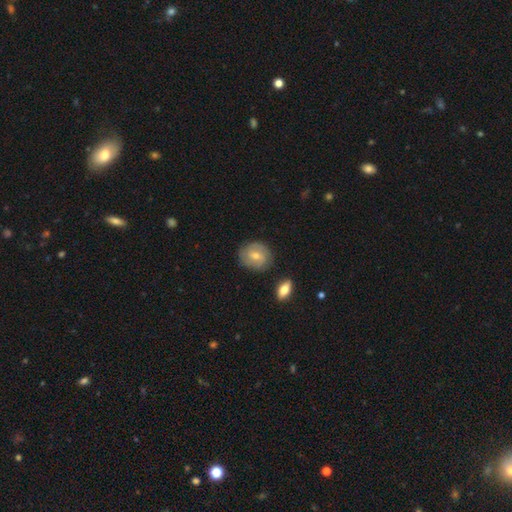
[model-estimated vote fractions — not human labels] Q: Smooth or featured?
A: featured or disk (47%); runner-up: smooth (44%)
Q: Merging?
A: none (82%); runner-up: minor disturbance (13%)